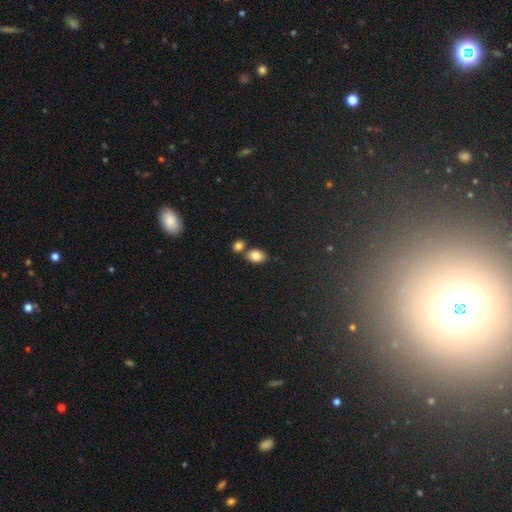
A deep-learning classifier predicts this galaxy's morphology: This appears to be a smooth galaxy with no disk features (83%) that is in between round and cigar-shaped (79%). Merging: none (60%).